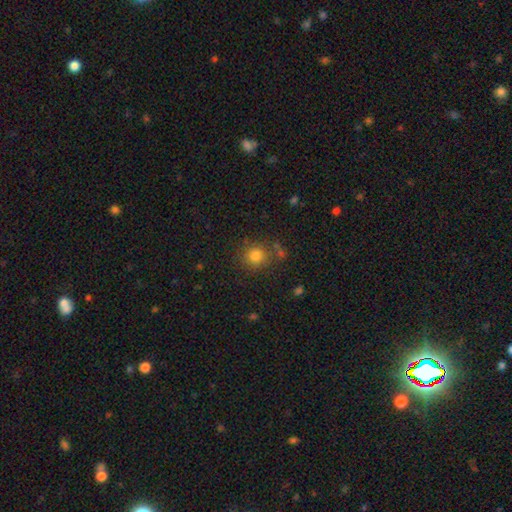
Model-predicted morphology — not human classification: type=smooth (80%); roundness=round (88%); merging=none (77%).